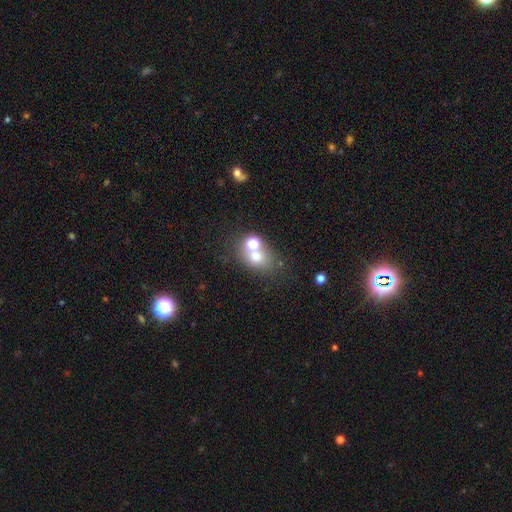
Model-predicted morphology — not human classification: This appears to be a smooth galaxy with no disk features (66%) that is round (55%). Merging: none (46%).